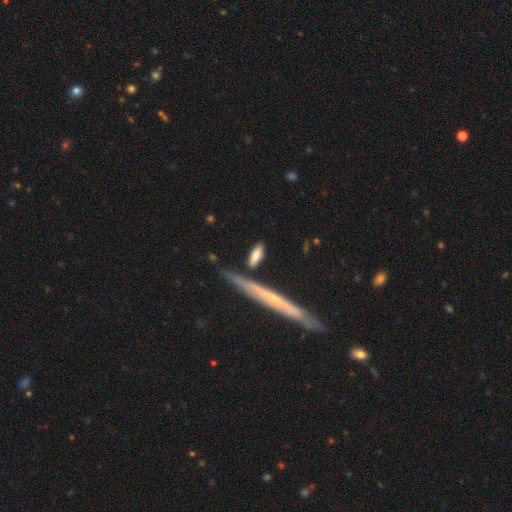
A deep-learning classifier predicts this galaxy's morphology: Smooth or featured? Predicted: smooth (p=0.75). How rounded? Predicted: in between (p=0.55). Merging? Predicted: none (p=0.72).